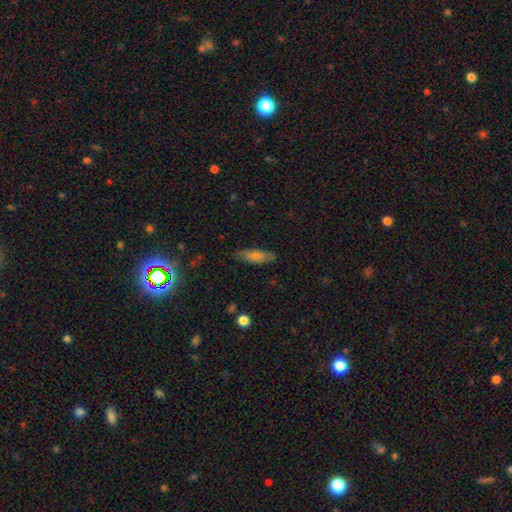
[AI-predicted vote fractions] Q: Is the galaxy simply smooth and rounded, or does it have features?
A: smooth — 69%.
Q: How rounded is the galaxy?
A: in between — 56%.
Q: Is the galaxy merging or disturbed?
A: none — 81%.